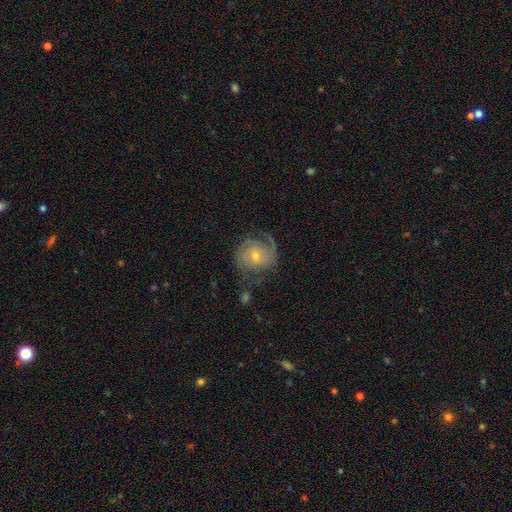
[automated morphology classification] Smooth or featured? featured or disk (78%)
Edge-on disk? no (98%)
Bar? no (71%)
Spiral arms? yes (93%)
Spiral winding? medium (41%)
Spiral arm count? 2 (65%)
Bulge size? small (56%)
Merging? none (63%)